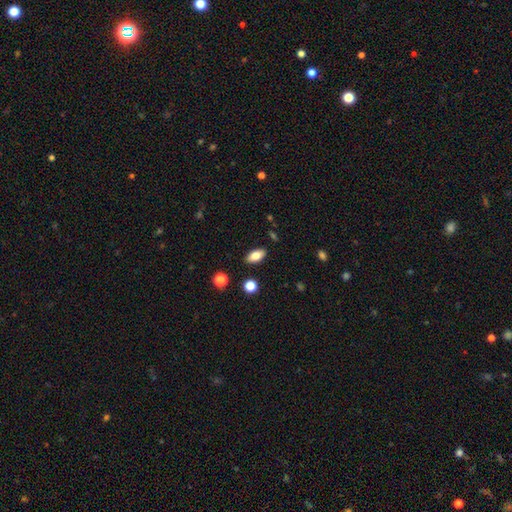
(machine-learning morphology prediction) Smooth or featured? smooth (78%)
How rounded? in between (89%)
Merging? none (87%)